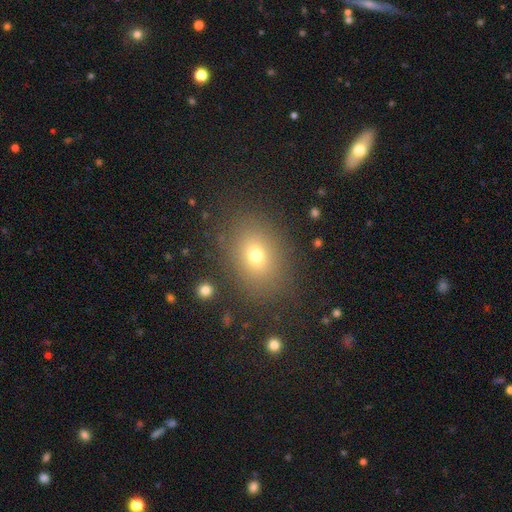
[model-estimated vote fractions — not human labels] Morphology: type=smooth (70%); roundness=in between (61%); merging=none (83%).